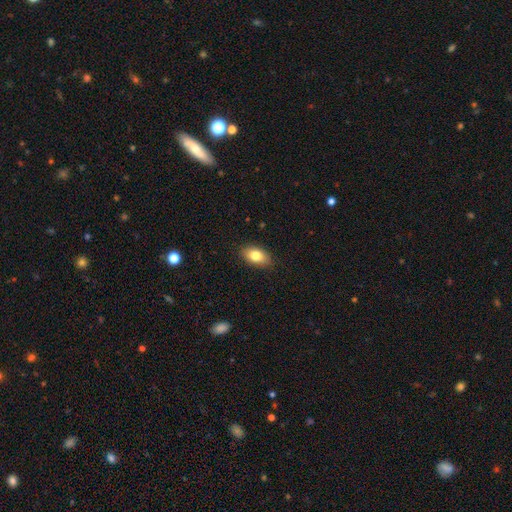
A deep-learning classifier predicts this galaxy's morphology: Smooth or featured?
  - smooth: 80% *
  - featured or disk: 12%
  - star or artifact: 8%
How rounded?
  - in between: 89% *
  - round: 8%
  - cigar-shaped: 3%
Merging?
  - none: 88% *
  - minor disturbance: 9%
  - major disturbance: 2%
  - merger: 1%